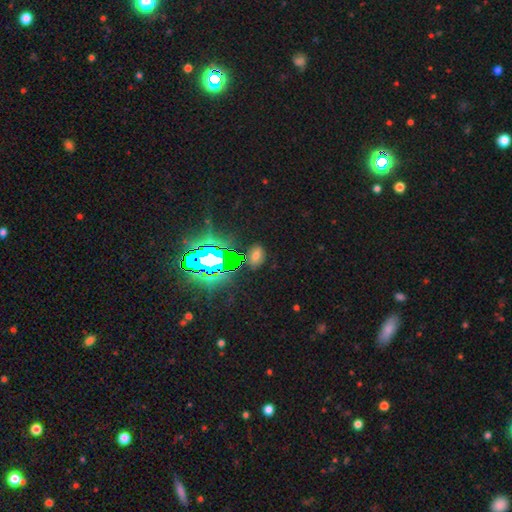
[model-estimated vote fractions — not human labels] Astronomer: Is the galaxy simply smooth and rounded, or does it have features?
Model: star or artifact — 45% (runner-up: smooth, 43%).